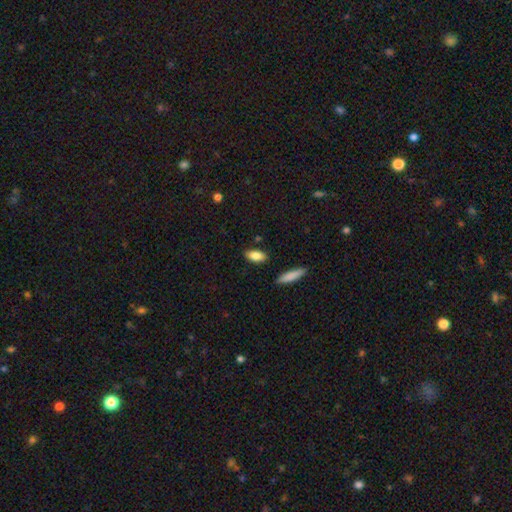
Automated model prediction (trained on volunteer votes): Morphology: type=smooth (85%); roundness=in between (85%); merging=none (85%).